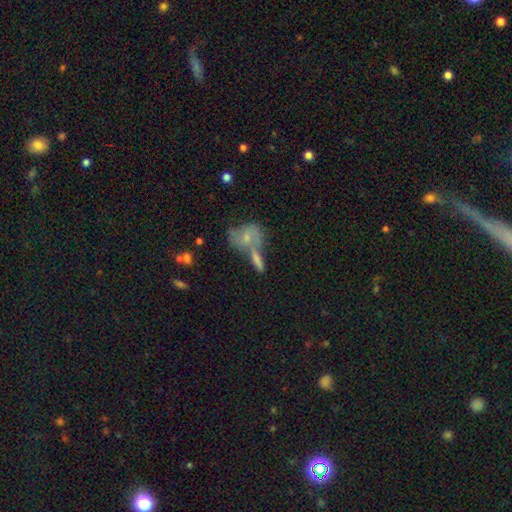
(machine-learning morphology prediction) smooth-or-featured: smooth: 47% | featured or disk: 39% | star or artifact: 14%
  merging: none: 42% | merger: 39% | minor disturbance: 13% | major disturbance: 7%